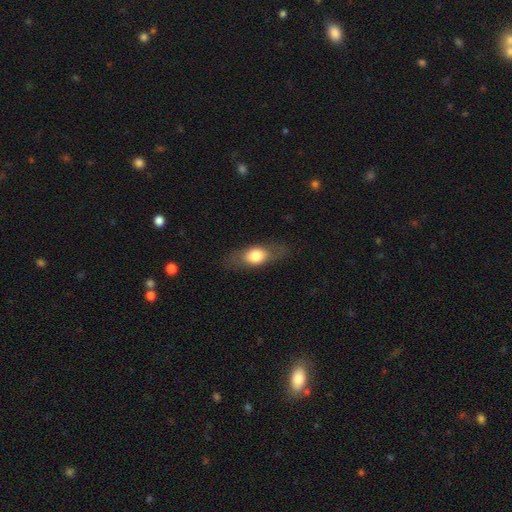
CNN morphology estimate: Smooth or featured?
  - smooth: 67% *
  - featured or disk: 26%
  - star or artifact: 7%
How rounded?
  - in between: 71% *
  - round: 16%
  - cigar-shaped: 13%
Merging?
  - none: 79% *
  - minor disturbance: 14%
  - major disturbance: 6%
  - merger: 1%